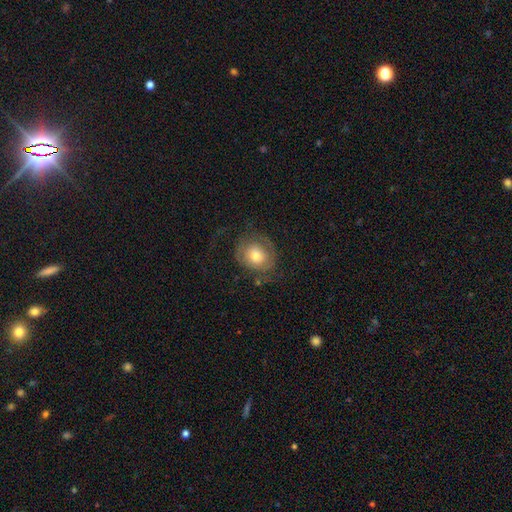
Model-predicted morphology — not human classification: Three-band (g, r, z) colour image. It shows a featured or disk galaxy (47%). Merging: none (58%).